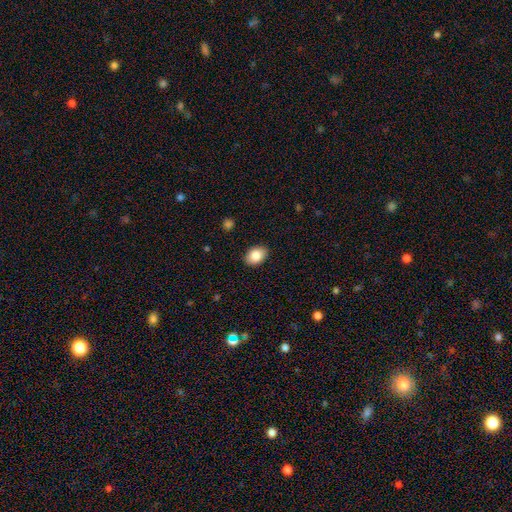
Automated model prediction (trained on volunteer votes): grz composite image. It shows a smooth galaxy with no disk features (85%) that is in between round and cigar-shaped (83%). Merging: none (89%).